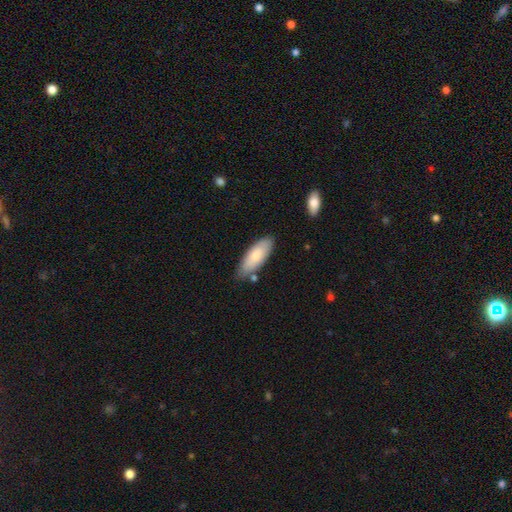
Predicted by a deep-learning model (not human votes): smooth-or-featured: smooth: 80% | featured or disk: 15% | star or artifact: 5%
  how-rounded: in between: 72% | cigar-shaped: 27% | round: 2%
  merging: none: 76% | minor disturbance: 17% | merger: 4% | major disturbance: 3%